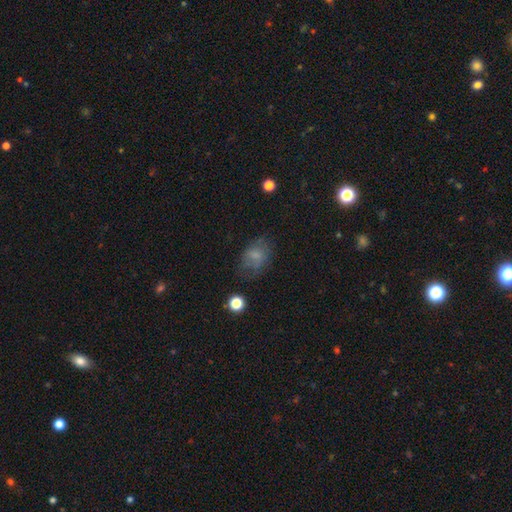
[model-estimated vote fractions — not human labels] Overall: smooth (66%). How rounded: in between (70%). Merging: none (54%; minor disturbance 26%).